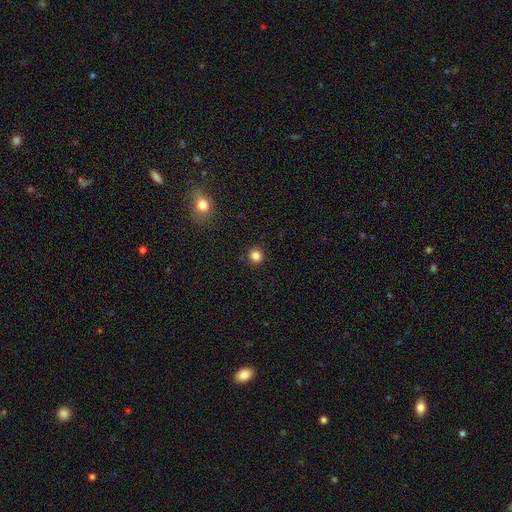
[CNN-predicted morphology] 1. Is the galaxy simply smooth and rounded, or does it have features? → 83% smooth, 13% star or artifact, 4% featured or disk.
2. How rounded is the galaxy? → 93% round, 6% in between, 1% cigar-shaped.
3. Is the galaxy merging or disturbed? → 92% none, 5% minor disturbance, 2% major disturbance, 1% merger.